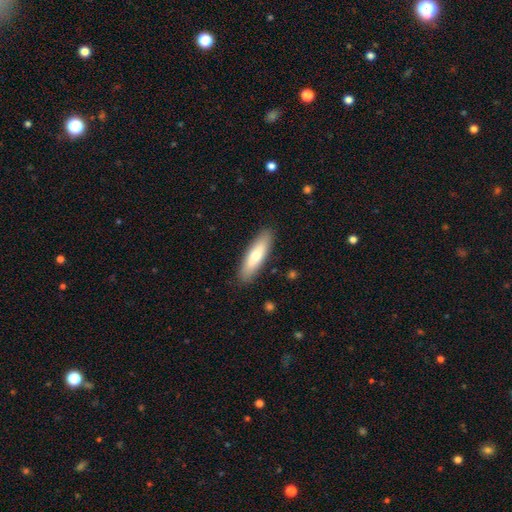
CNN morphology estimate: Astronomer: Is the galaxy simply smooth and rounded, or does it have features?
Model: smooth — 72%.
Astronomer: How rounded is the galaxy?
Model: cigar-shaped — 62%.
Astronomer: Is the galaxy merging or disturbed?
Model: none — 88%.